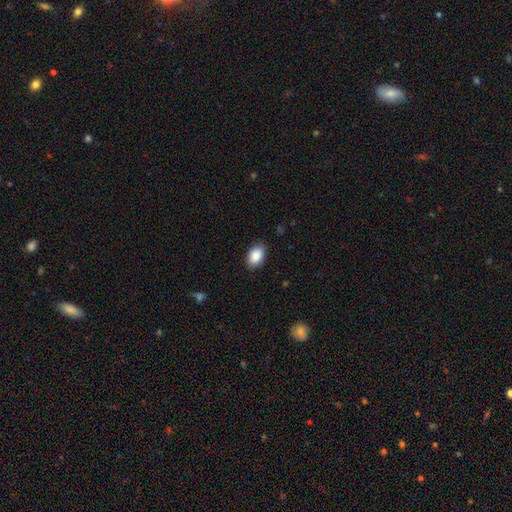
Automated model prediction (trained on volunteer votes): smooth_or_featured: smooth (p=0.89) [alt: star or artifact p=0.07]
how_rounded: in between (p=0.89) [alt: round p=0.10]
merging: none (p=0.84) [alt: minor disturbance p=0.12]